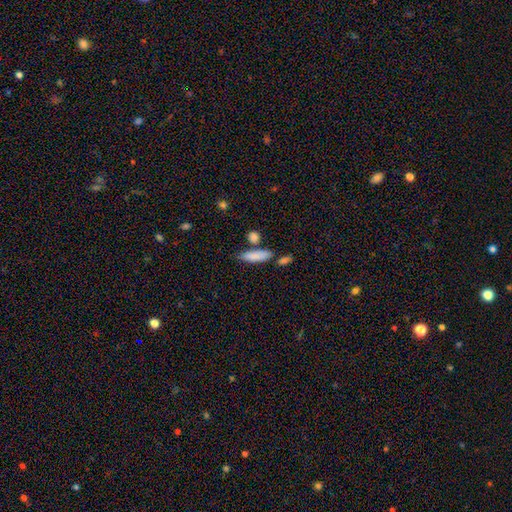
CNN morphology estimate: Smooth or featured: smooth — 84% (featured or disk — 10%)
How rounded: cigar-shaped — 58% (in between — 38%)
Merging: none — 68% (minor disturbance — 15%)